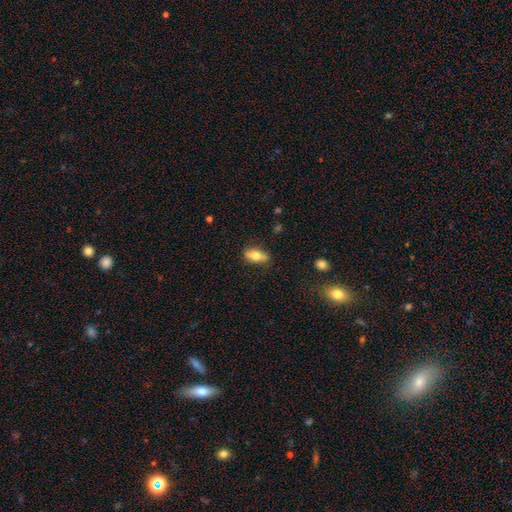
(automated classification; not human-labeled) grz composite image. It shows a smooth galaxy with no disk features (69%) that is in between round and cigar-shaped (78%). Merging: none (81%).